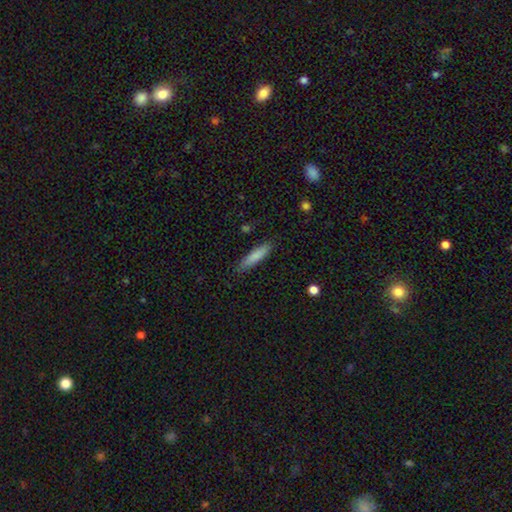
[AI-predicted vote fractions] Smooth or featured? smooth (82%)
How rounded? cigar-shaped (82%)
Merging? none (85%)